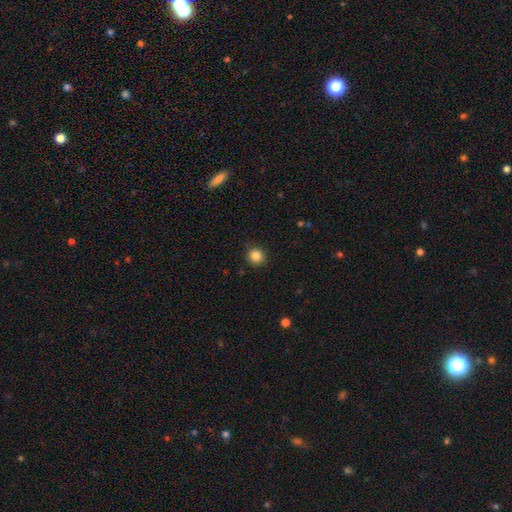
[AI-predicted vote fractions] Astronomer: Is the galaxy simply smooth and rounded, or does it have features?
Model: smooth — 86%.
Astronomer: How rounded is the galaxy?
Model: round — 93%.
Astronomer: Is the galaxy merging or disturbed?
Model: none — 90%.